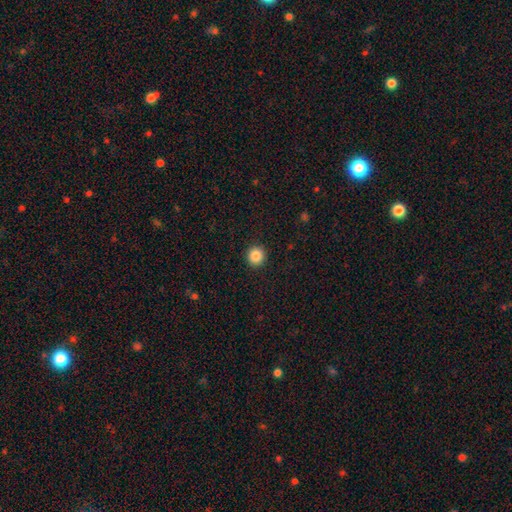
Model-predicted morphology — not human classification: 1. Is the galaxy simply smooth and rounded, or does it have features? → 86% smooth, 10% star or artifact, 4% featured or disk.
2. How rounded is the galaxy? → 94% round, 5% in between, 1% cigar-shaped.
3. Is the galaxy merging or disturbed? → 93% none, 4% minor disturbance, 2% major disturbance, 1% merger.